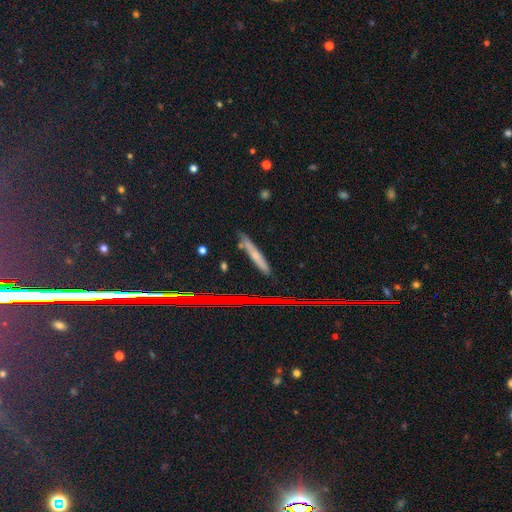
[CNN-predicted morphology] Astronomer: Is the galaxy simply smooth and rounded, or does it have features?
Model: smooth — 49% (runner-up: featured or disk, 33%).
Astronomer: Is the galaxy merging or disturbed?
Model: none — 80%.